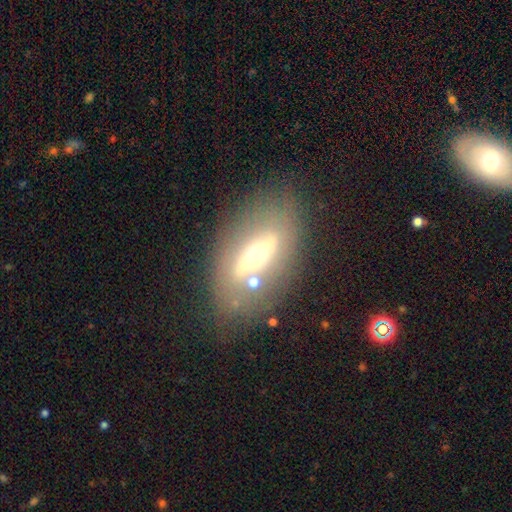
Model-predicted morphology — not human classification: Smooth or featured?
  - featured or disk: 59% *
  - smooth: 31%
  - star or artifact: 10%
Edge-on disk?
  - no: 72% *
  - yes: 28%
Merging?
  - none: 72% *
  - minor disturbance: 15%
  - major disturbance: 8%
  - merger: 5%